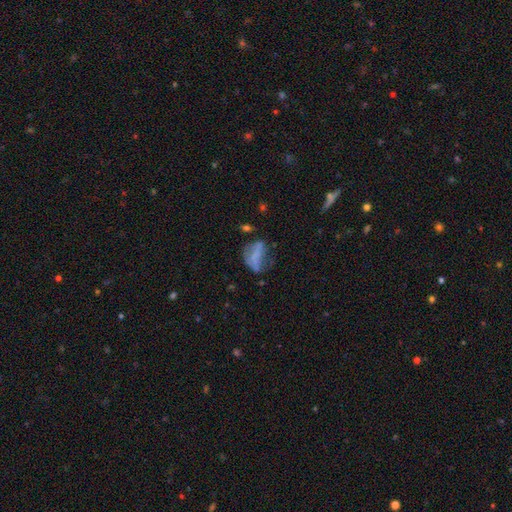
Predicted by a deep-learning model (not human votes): smooth 46%, featured or disk 39%, star or artifact 15%. Down the decision tree: merging — major disturbance (36%).